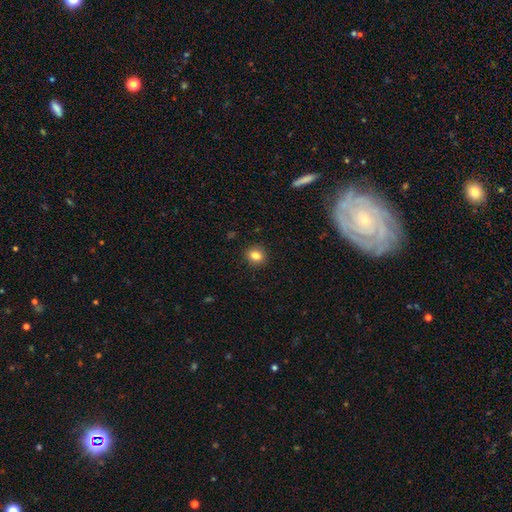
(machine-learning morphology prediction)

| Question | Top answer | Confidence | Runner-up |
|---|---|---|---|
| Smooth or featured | smooth | 83% | star or artifact (11%) |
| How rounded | round | 78% | in between (21%) |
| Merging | none | 91% | minor disturbance (6%) |